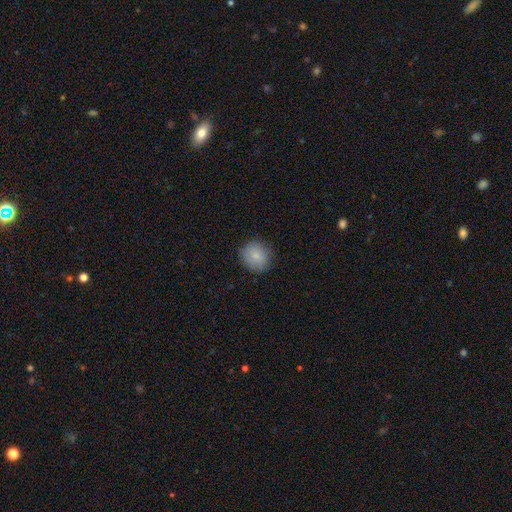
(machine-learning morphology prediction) A smooth galaxy with no disk features (85%) that is round (85%). Merging: none (85%).